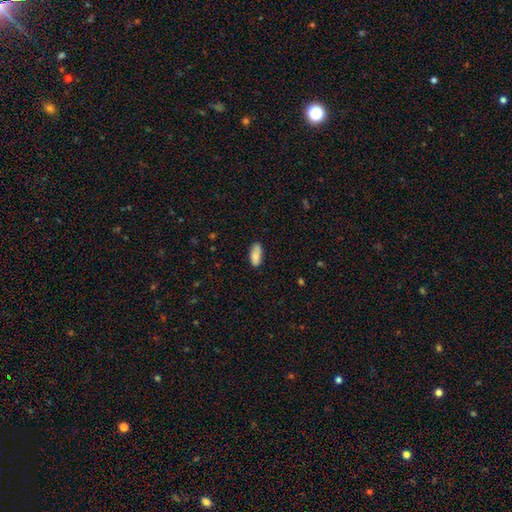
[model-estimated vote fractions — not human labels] A smooth galaxy with no disk features (83%) that is in between round and cigar-shaped (84%). Merging: none (77%).